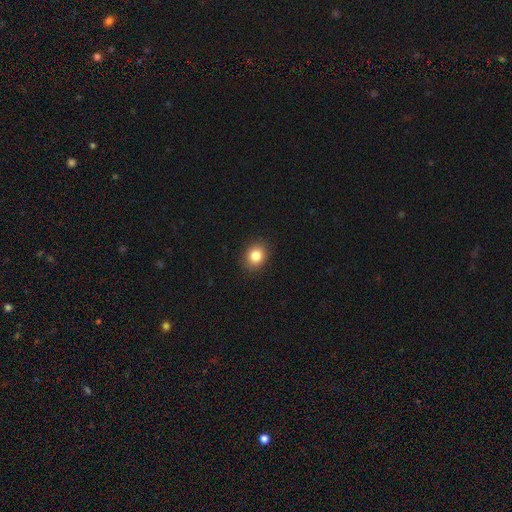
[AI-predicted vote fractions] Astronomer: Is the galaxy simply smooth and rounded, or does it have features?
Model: smooth — 84%.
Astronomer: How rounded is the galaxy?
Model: round — 60% (runner-up: in between, 39%).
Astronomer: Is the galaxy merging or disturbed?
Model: none — 90%.